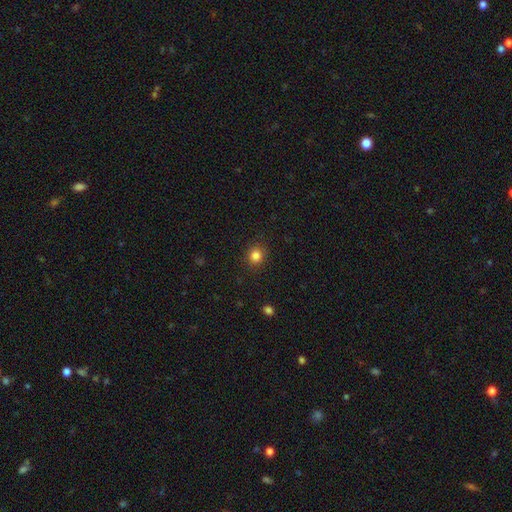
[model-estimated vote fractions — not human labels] The model was most divided on "how rounded": round: 84%, in between: 15%, cigar-shaped: 1%. More confident: merging — none (90%); smooth or featured — smooth (84%).